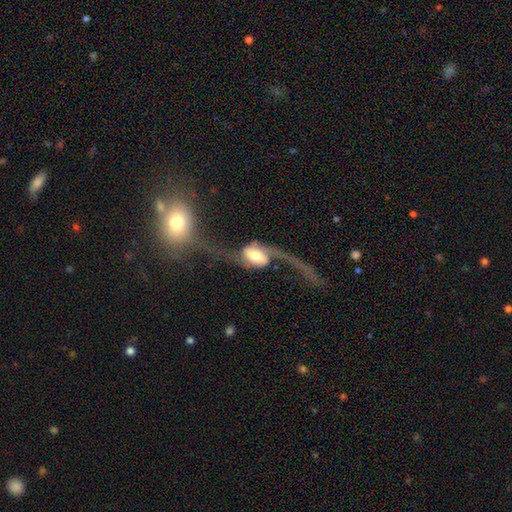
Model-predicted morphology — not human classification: Overall: featured or disk (73%). Edge-on disk: no (92%). Bar: weak (36%; no 35%). Spiral arms: yes (86%). Spiral arm count: 2 (85%). Spiral winding: loose (91%). Bulge size: moderate (48%; large 25%). Merging: major disturbance (44%; none 24%).